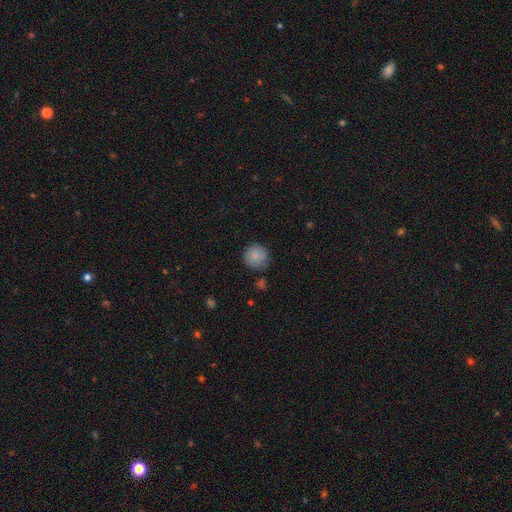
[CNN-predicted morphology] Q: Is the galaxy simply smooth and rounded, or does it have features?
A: smooth — 85%.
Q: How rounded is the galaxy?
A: round — 93%.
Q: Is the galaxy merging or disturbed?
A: none — 76%.